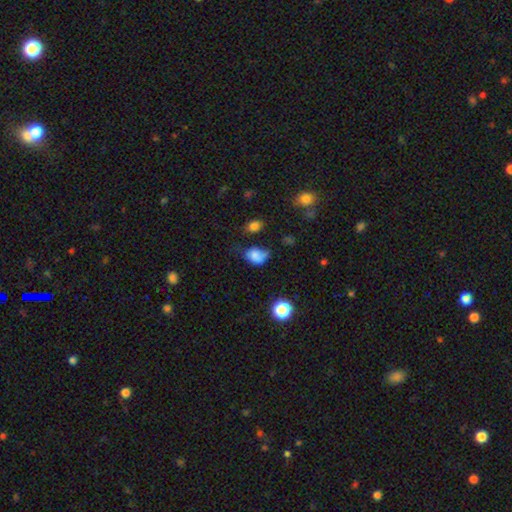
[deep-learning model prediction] This is likely a smooth galaxy (74%). How rounded: likely in between (70%). Merging: marginally minor disturbance (35%).